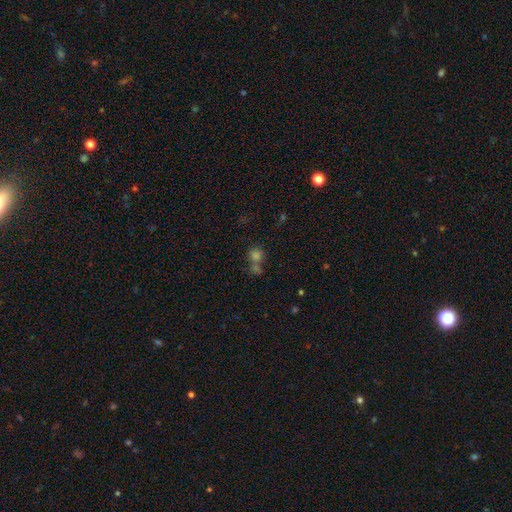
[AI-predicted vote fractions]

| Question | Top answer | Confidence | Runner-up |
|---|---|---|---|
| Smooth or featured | smooth | 68% | star or artifact (23%) |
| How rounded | round | 84% | in between (14%) |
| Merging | none | 53% | merger (34%) |